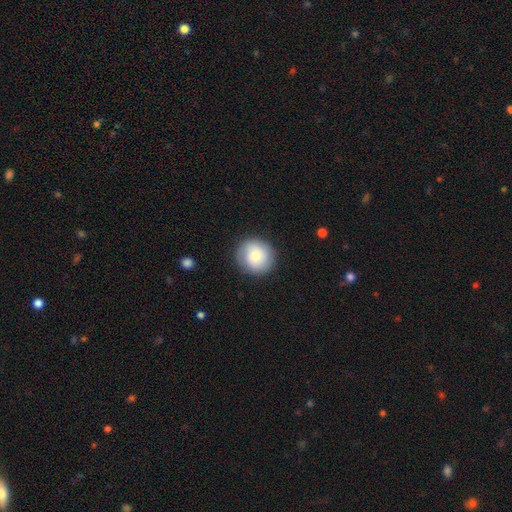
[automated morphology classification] This is likely a smooth galaxy (71%). How rounded: clearly round (91%). Merging: clearly none (87%).